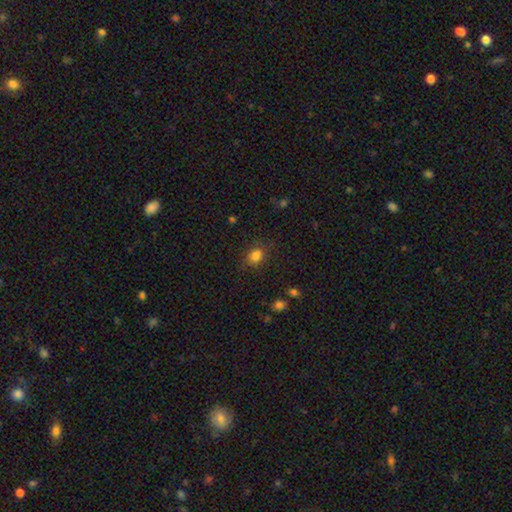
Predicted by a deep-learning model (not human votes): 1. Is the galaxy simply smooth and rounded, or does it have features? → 82% smooth, 12% star or artifact, 6% featured or disk.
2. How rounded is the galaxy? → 59% in between, 39% round, 1% cigar-shaped.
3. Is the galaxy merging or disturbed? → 77% none, 16% minor disturbance, 5% major disturbance, 2% merger.